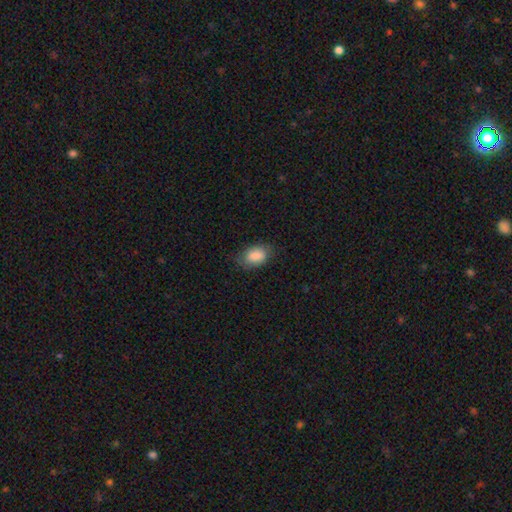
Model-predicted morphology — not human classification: smooth 86%, featured or disk 7%, star or artifact 7%. Down the decision tree: how rounded — in between (85%); merging — none (72%).